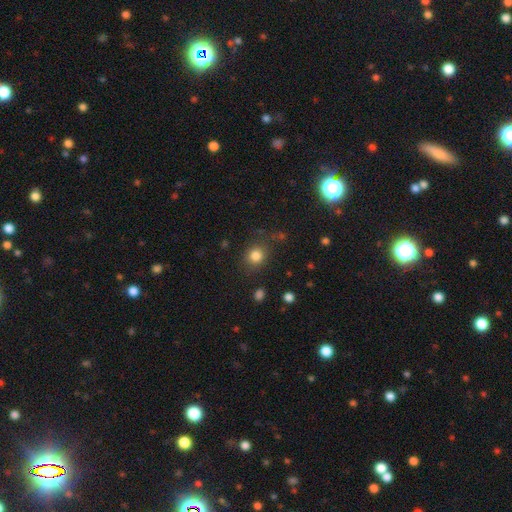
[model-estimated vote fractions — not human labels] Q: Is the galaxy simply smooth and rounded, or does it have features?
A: smooth — 83%.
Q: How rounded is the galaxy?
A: round — 81%.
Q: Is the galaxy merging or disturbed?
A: none — 80%.